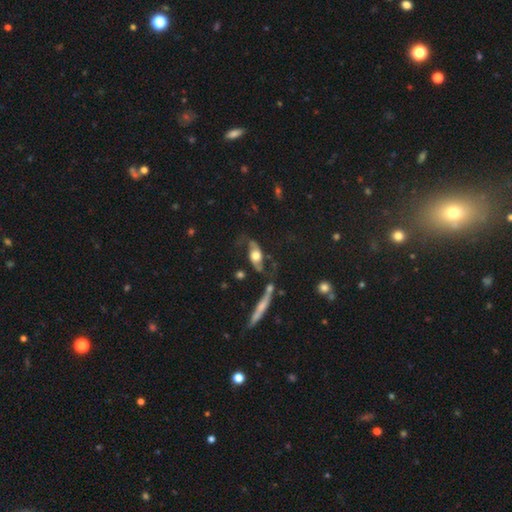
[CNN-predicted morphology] featured or disk 69%, smooth 24%, star or artifact 7%. Down the decision tree: edge-on disk — no (78%); bar — no (68%); spiral arms — yes (84%); bulge size — large (44%); merging — none (51%).